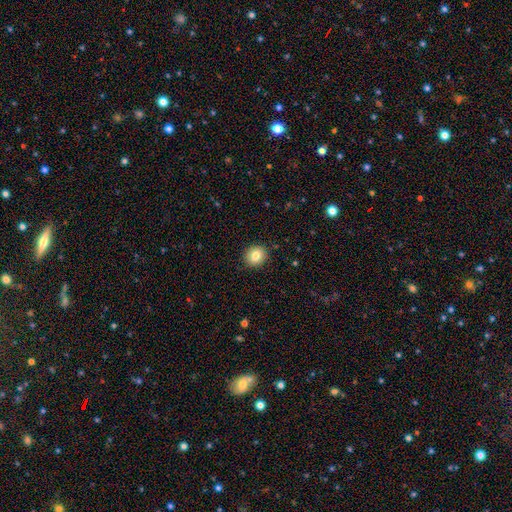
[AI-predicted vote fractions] Smooth or featured: smooth — 83% (star or artifact — 9%)
How rounded: round — 78% (in between — 21%)
Merging: none — 90% (minor disturbance — 7%)